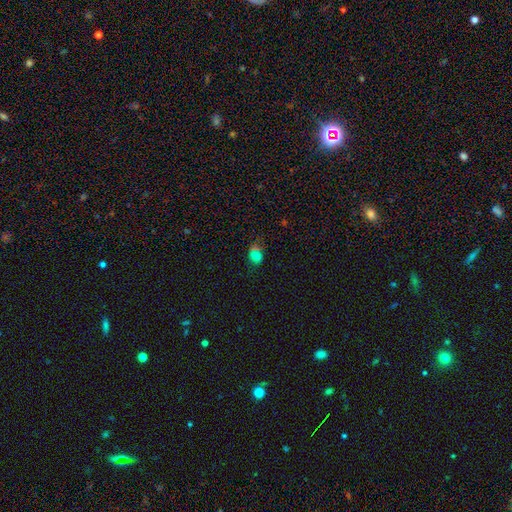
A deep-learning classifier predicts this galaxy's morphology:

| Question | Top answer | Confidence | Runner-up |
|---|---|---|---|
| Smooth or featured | smooth | 59% | star or artifact (30%) |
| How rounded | in between | 66% | round (32%) |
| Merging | none | 63% | minor disturbance (20%) |